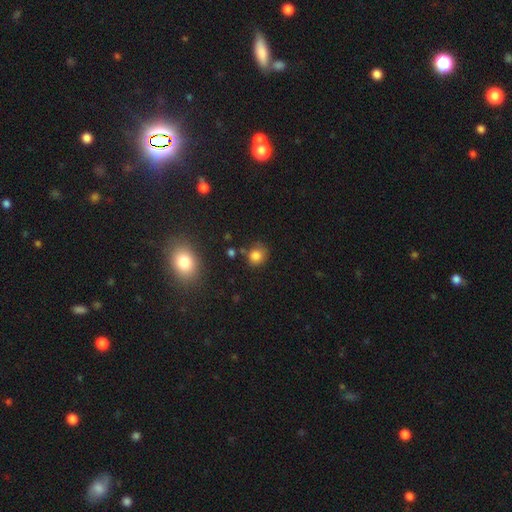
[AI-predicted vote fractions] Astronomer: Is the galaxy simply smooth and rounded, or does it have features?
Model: smooth — 81%.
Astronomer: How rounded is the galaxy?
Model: round — 75%.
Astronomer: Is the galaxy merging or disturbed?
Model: none — 69%.